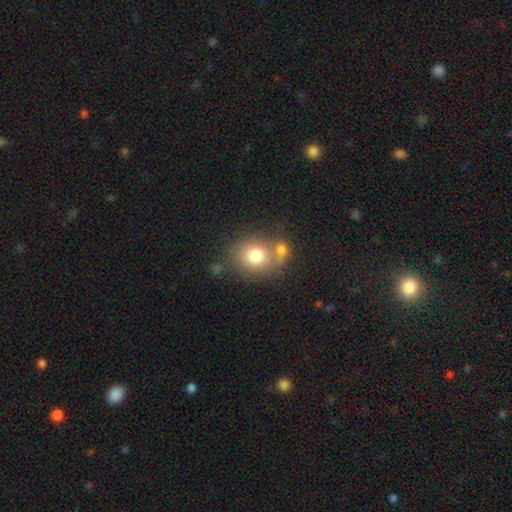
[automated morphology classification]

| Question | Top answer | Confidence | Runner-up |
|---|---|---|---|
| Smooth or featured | smooth | 76% | featured or disk (14%) |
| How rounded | round | 68% | in between (31%) |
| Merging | none | 49% | merger (33%) |